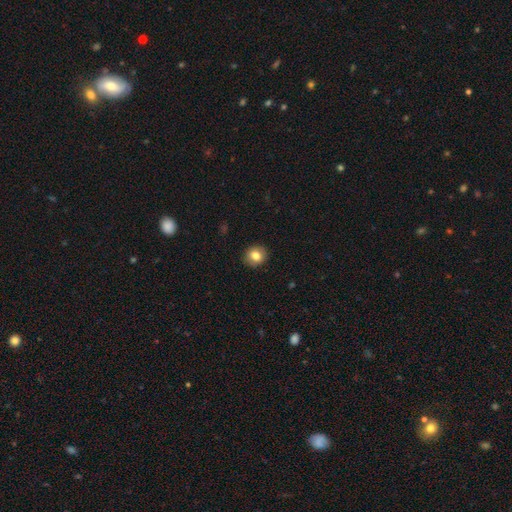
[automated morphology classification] A smooth galaxy with no disk features (83%) that is round (84%).

Vote fractions:
- Smooth or featured? smooth: 83% / star or artifact: 9% / featured or disk: 8%
- How rounded? round: 84% / in between: 15% / cigar-shaped: 1%
- Merging? none: 91% / minor disturbance: 6% / major disturbance: 2% / merger: 1%